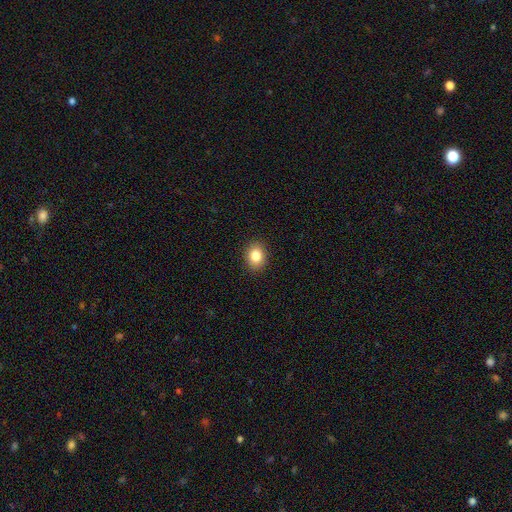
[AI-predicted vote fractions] The model was most divided on "how rounded": in between: 57%, round: 42%, cigar-shaped: 1%. More confident: merging — none (89%); smooth or featured — smooth (84%).